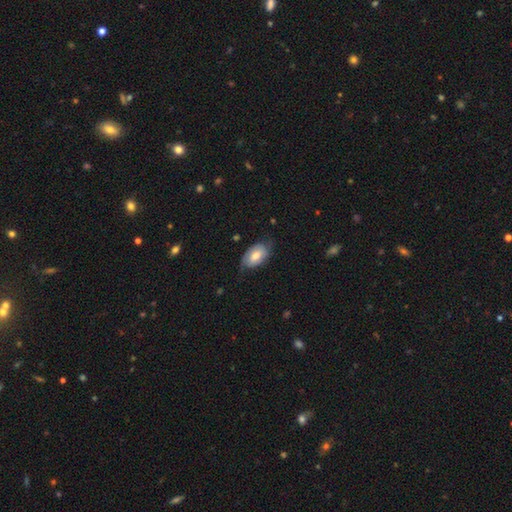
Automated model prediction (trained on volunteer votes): smooth 47% (tied), featured or disk 47% (tied), star or artifact 7%. Down the decision tree: merging — none (63%).